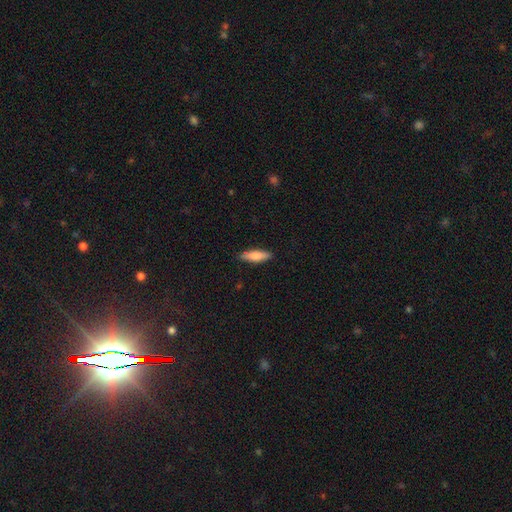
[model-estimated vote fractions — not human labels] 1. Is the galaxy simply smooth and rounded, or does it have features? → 78% smooth, 16% featured or disk, 6% star or artifact.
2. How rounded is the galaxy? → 54% cigar-shaped, 44% in between, 2% round.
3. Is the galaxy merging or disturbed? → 87% none, 10% minor disturbance, 2% major disturbance, 1% merger.